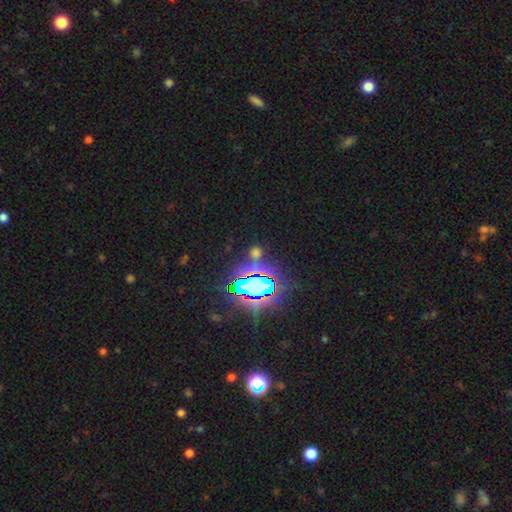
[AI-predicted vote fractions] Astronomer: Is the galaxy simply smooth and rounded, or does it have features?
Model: star or artifact — 73%.